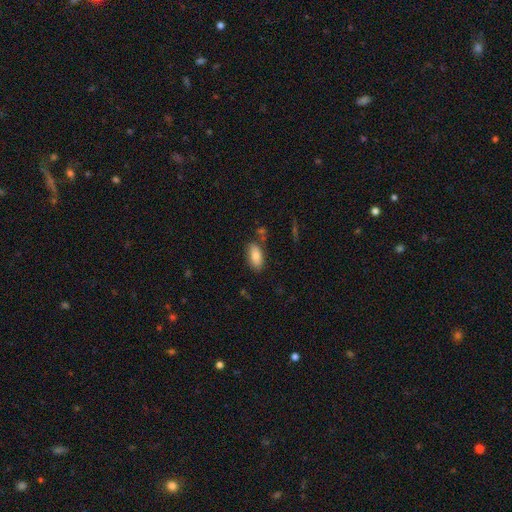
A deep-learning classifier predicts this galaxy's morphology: smooth_or_featured: smooth (p=0.80) [alt: featured or disk p=0.13]
how_rounded: in between (p=0.92) [alt: cigar-shaped p=0.05]
merging: none (p=0.76) [alt: minor disturbance p=0.15]